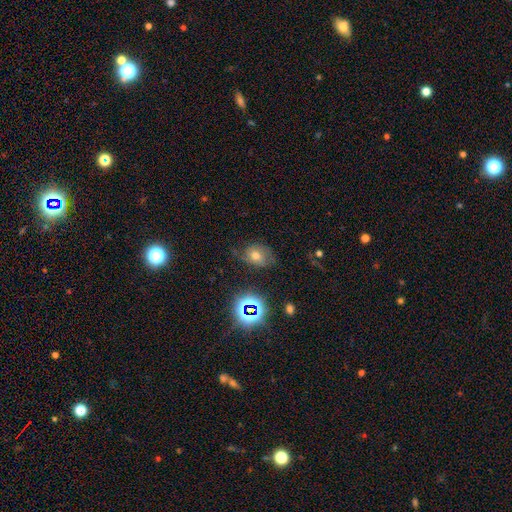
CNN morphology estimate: Q: Smooth or featured?
A: smooth (55%); runner-up: star or artifact (24%)
Q: How rounded?
A: in between (60%); runner-up: round (38%)
Q: Merging?
A: none (63%); runner-up: minor disturbance (25%)